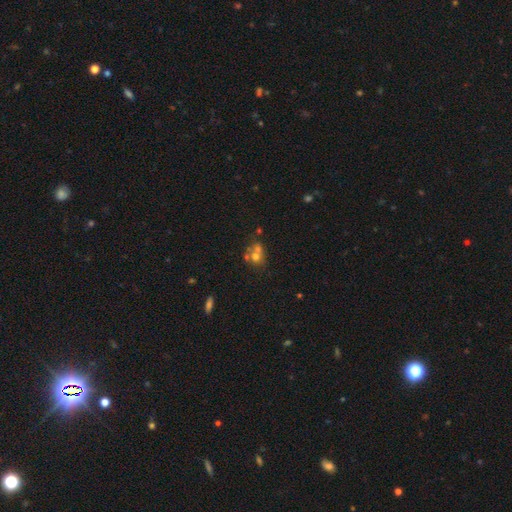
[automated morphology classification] smooth-or-featured: smooth: 58% | featured or disk: 26% | star or artifact: 16%
  how-rounded: round: 71% | in between: 28% | cigar-shaped: 1%
  merging: merger: 53% | none: 34% | minor disturbance: 9% | major disturbance: 5%